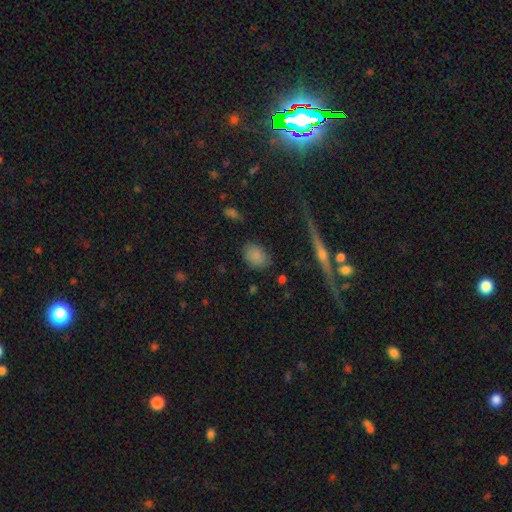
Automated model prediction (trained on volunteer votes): This is clearly a smooth galaxy (84%). How rounded: likely in between (67%). Merging: clearly none (81%).